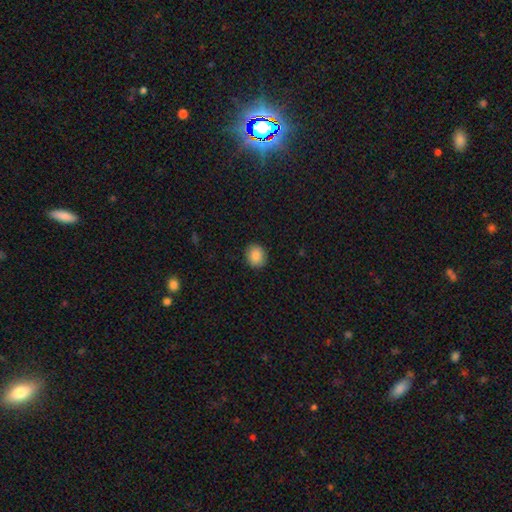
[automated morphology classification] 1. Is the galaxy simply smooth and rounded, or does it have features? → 86% smooth, 9% star or artifact, 5% featured or disk.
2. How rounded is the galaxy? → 73% round, 26% in between, 1% cigar-shaped.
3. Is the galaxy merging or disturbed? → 91% none, 7% minor disturbance, 2% major disturbance, 1% merger.